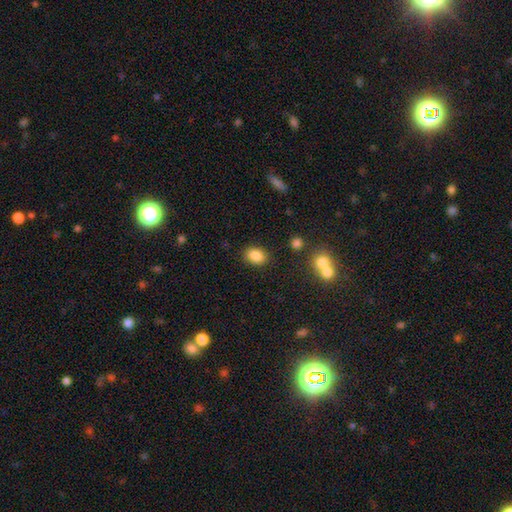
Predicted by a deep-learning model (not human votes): The model was most divided on "how rounded": in between: 64%, round: 35%, cigar-shaped: 1%. More confident: smooth or featured — smooth (85%); merging — none (84%).